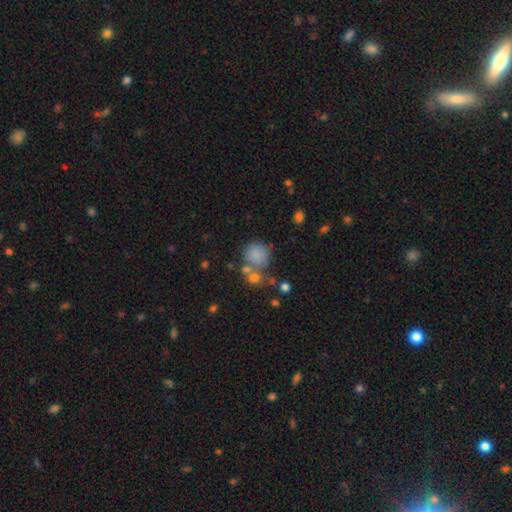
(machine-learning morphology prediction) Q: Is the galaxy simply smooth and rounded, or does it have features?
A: smooth — 78%.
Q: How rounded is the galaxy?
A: round — 84%.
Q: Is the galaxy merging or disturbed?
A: none — 56%.